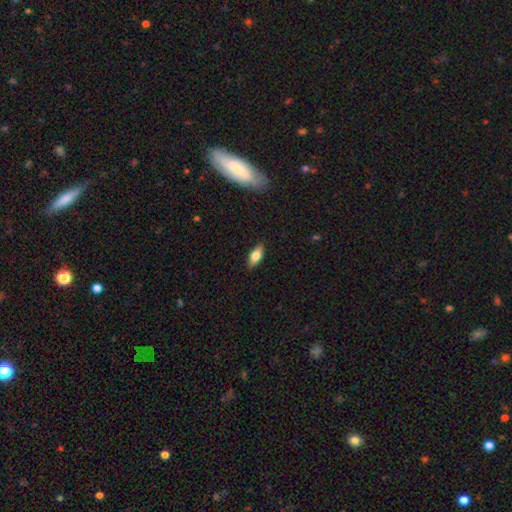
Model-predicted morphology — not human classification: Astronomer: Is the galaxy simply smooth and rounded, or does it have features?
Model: smooth — 69%.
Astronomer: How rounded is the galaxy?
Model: in between — 77%.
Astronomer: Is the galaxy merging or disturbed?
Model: none — 87%.